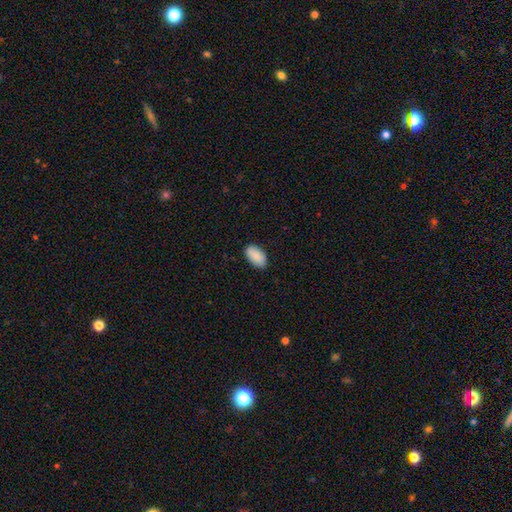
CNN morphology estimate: Smooth or featured: smooth — 90% (star or artifact — 6%)
How rounded: in between — 95% (round — 3%)
Merging: none — 87% (minor disturbance — 10%)